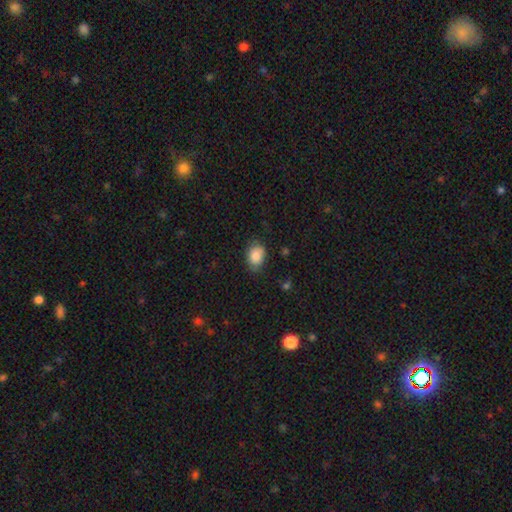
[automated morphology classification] The model was most divided on "merging": none: 70%, minor disturbance: 24%, major disturbance: 5%, merger: 2%. More confident: smooth or featured — smooth (86%); how rounded — in between (73%).